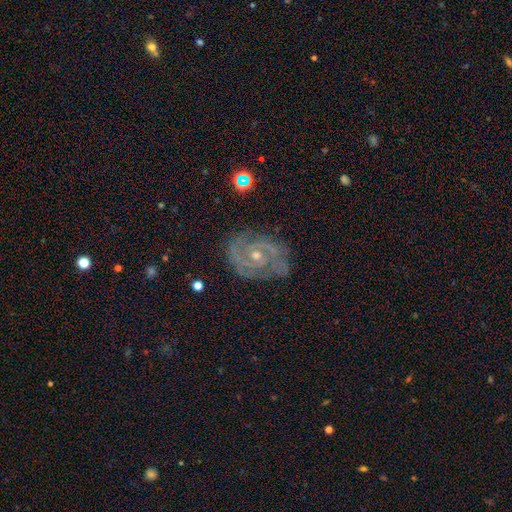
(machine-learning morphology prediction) A featured or disk galaxy (85%) with no bar (64%), 2 (57%) tight (54%) spiral arms (95%) and a small central bulge (56%).

Vote fractions:
- Smooth or featured? featured or disk: 85% / star or artifact: 8% / smooth: 7%
- Edge-on disk? no: 97% / yes: 3%
- Bar? no: 64% / weak: 30% / strong: 6%
- Spiral arms? yes: 95% / no: 5%
- Spiral winding? tight: 54% / medium: 38% / loose: 9%
- Spiral arm count? 2: 57% / can't tell: 16% / 3: 15% / 4: 4% / 1: 4% / more than 4: 4%
- Bulge size? small: 56% / moderate: 40% / none: 1% / large: 1% / dominant: 1%
- Merging? none: 73% / minor disturbance: 18% / major disturbance: 7% / merger: 2%